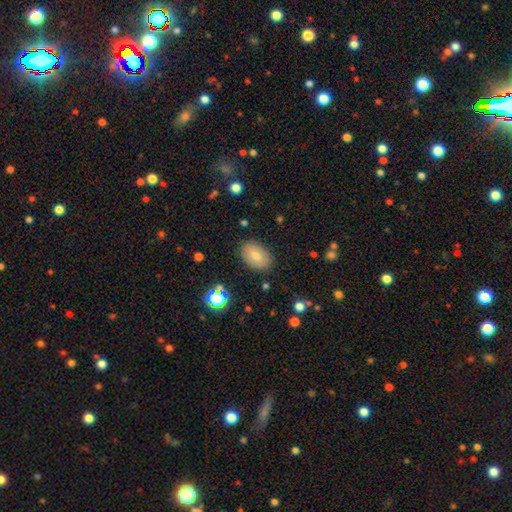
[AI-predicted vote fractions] A smooth galaxy with no disk features (75%) that is in between round and cigar-shaped (88%).

Vote fractions:
- Smooth or featured? smooth: 75% / featured or disk: 16% / star or artifact: 9%
- How rounded? in between: 88% / round: 11% / cigar-shaped: 1%
- Merging? none: 86% / minor disturbance: 10% / major disturbance: 3% / merger: 1%